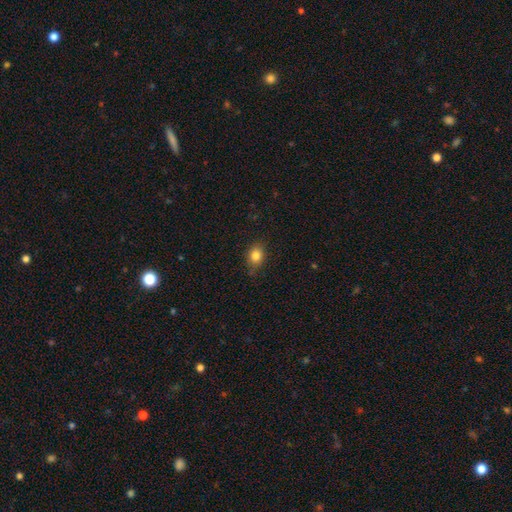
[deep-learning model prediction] Overall: smooth (83%). How rounded: in between (52%; round 47%). Merging: none (80%).